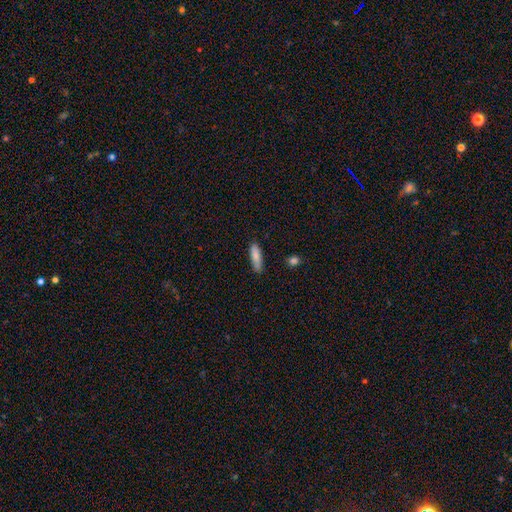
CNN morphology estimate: The model was most divided on "how rounded": cigar-shaped: 61%, in between: 37%, round: 2%. More confident: smooth or featured — smooth (83%); merging — none (78%).